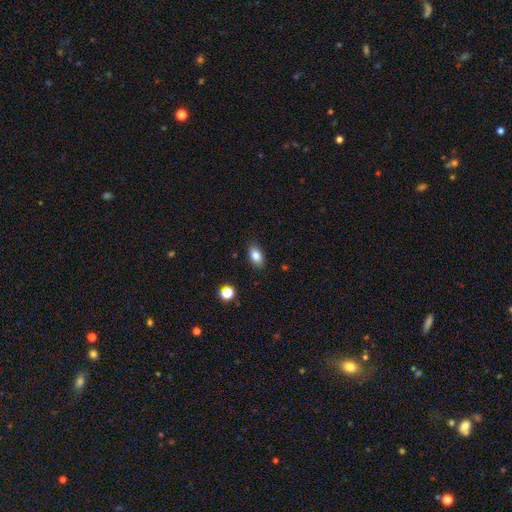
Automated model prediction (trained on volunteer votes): This is clearly a smooth galaxy (84%). How rounded: clearly in between (89%). Merging: clearly none (86%).